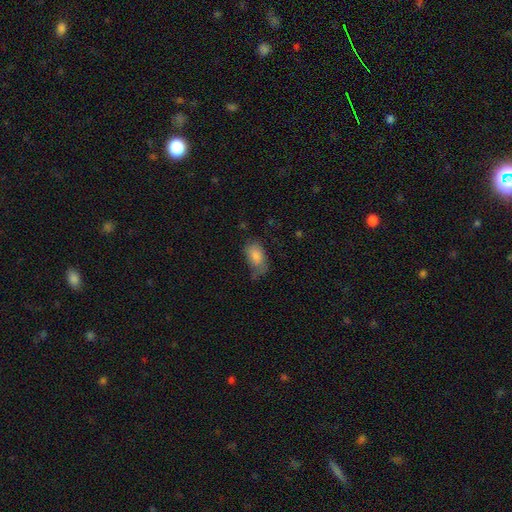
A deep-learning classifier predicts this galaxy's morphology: Overall: smooth (79%). How rounded: in between (90%). Merging: none (43%; minor disturbance 34%).